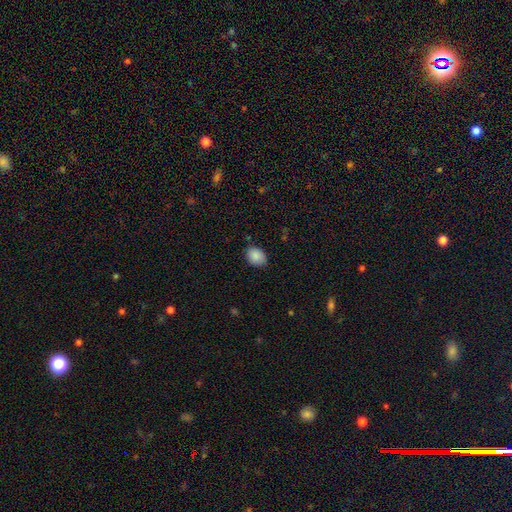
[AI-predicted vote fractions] This appears to be a smooth galaxy with no disk features (88%) that is in between round and cigar-shaped (66%). Merging: none (79%).